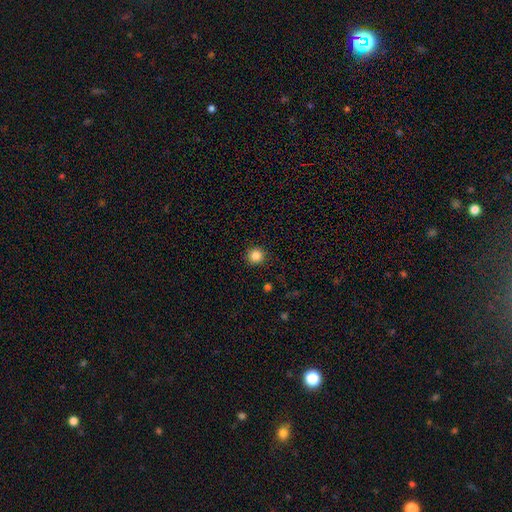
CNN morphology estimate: Smooth or featured: smooth — 85% (star or artifact — 11%)
How rounded: round — 94% (in between — 5%)
Merging: none — 92% (minor disturbance — 5%)